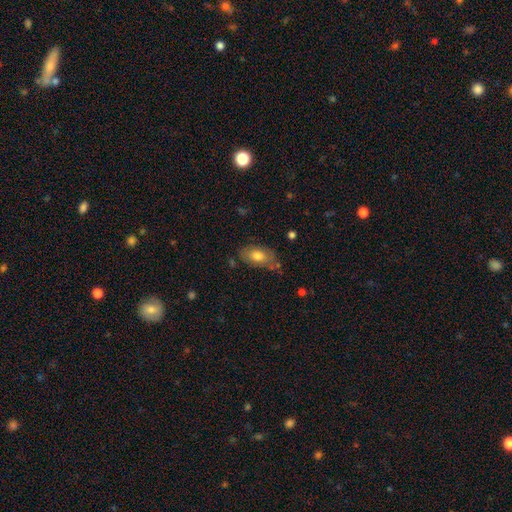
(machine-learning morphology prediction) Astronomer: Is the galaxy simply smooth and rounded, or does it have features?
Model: smooth — 74%.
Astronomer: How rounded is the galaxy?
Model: in between — 90%.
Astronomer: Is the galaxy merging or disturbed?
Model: none — 66%.